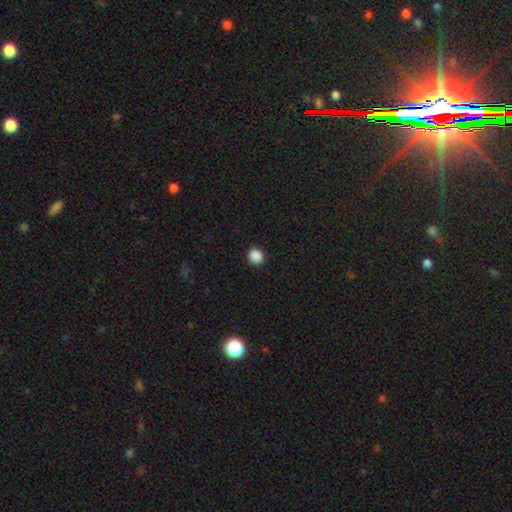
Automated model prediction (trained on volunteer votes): smooth 88%, star or artifact 10%, featured or disk 2%. Down the decision tree: how rounded — round (90%); merging — none (92%).